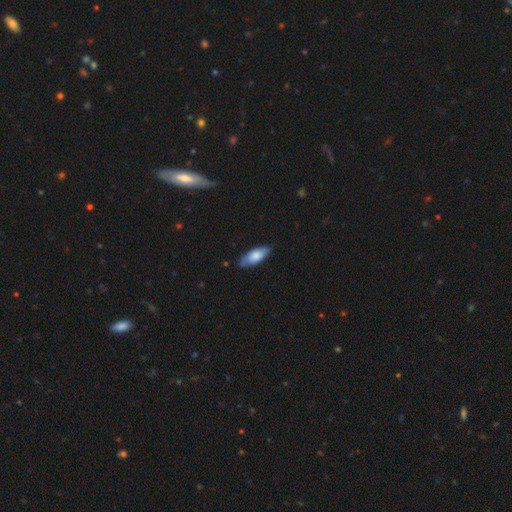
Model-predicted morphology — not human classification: Smooth or featured? smooth (74%)
How rounded? in between (73%)
Merging? none (78%)